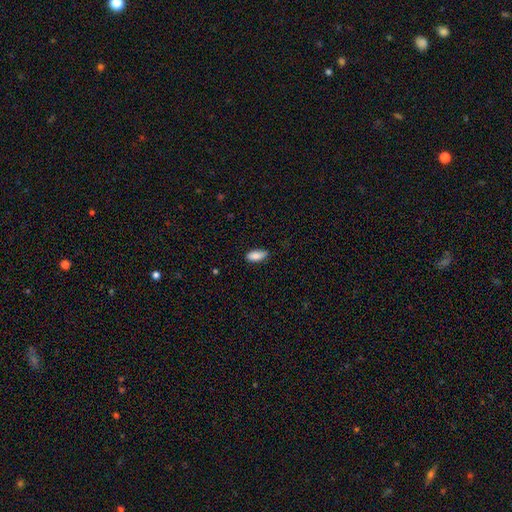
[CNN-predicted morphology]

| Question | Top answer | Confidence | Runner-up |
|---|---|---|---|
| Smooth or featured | smooth | 86% | featured or disk (7%) |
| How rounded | in between | 86% | cigar-shaped (12%) |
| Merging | none | 74% | minor disturbance (21%) |